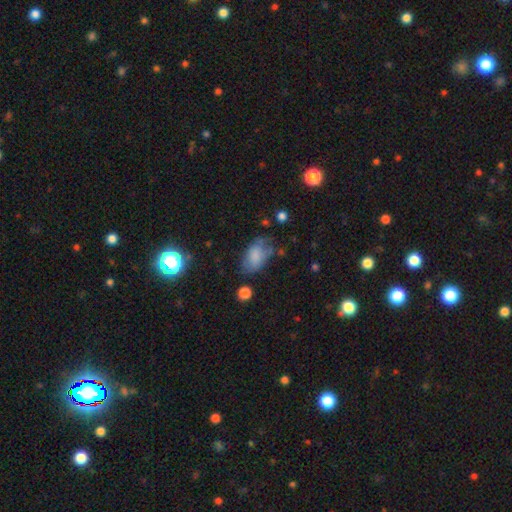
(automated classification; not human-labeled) Q: Smooth or featured?
A: smooth (74%); runner-up: featured or disk (17%)
Q: How rounded?
A: in between (90%); runner-up: round (8%)
Q: Merging?
A: none (45%); runner-up: minor disturbance (32%)